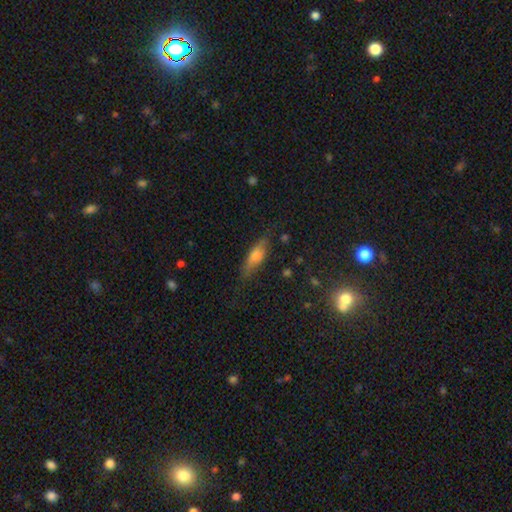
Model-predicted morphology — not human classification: Overall: smooth (53%; featured or disk 36%). How rounded: cigar-shaped (52%; in between 44%). Merging: none (73%).